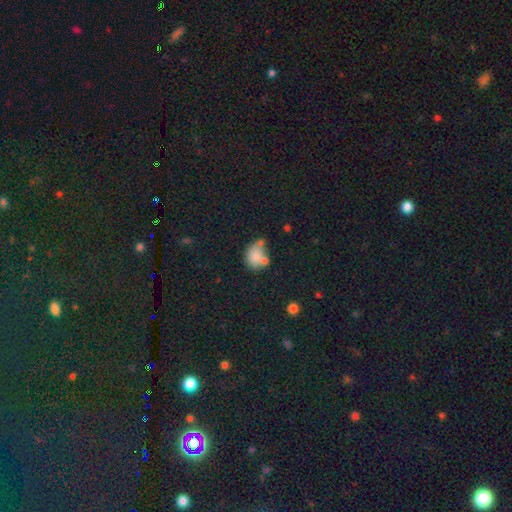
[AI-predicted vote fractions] Morphology: type=smooth (76%); roundness=in between (49%, tied with round); merging=none (38%).